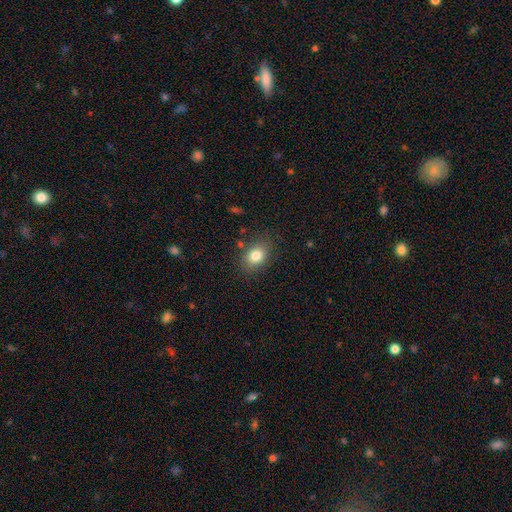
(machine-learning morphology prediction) Q: Smooth or featured?
A: smooth (81%); runner-up: star or artifact (10%)
Q: How rounded?
A: in between (68%); runner-up: round (30%)
Q: Merging?
A: none (81%); runner-up: minor disturbance (13%)